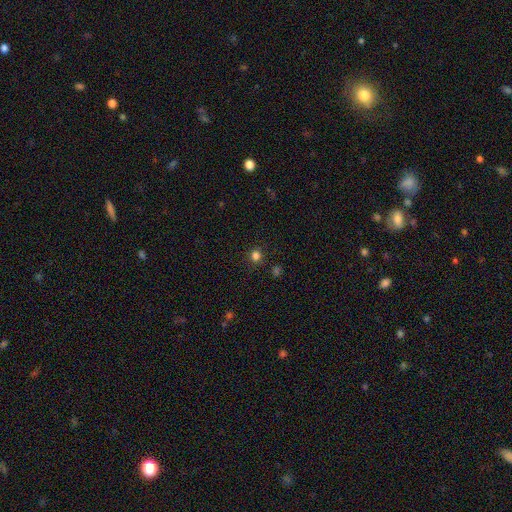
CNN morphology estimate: A smooth galaxy with no disk features (79%) that is round (89%). Merging: none (89%).